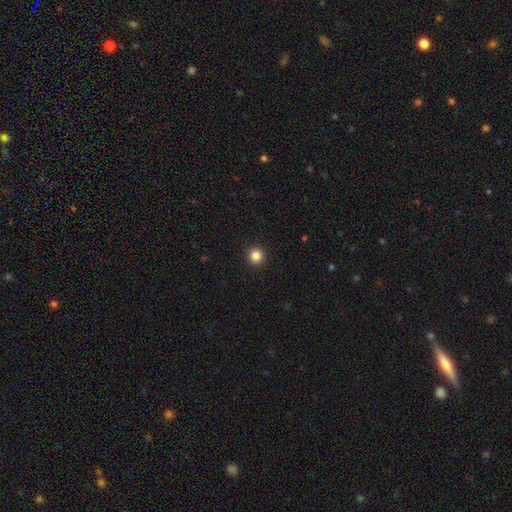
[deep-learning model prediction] Smooth or featured: smooth — 84% (star or artifact — 12%)
How rounded: round — 95% (in between — 4%)
Merging: none — 94% (minor disturbance — 4%)